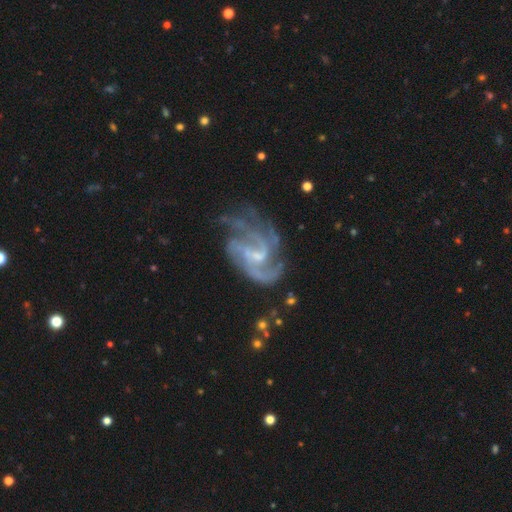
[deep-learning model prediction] A featured or disk galaxy (88%) with a weak bar (53%), 3 (31%) medium (51%) spiral arms (95%) and a small central bulge (56%).

Vote fractions:
- Smooth or featured? featured or disk: 88% / star or artifact: 6% / smooth: 5%
- Edge-on disk? no: 98% / yes: 2%
- Bar? weak: 53% / no: 32% / strong: 15%
- Spiral arms? yes: 95% / no: 5%
- Spiral winding? medium: 51% / tight: 27% / loose: 22%
- Spiral arm count? 3: 31% / can't tell: 20% / 2: 20% / 4: 17% / 1: 6% / more than 4: 6%
- Bulge size? small: 56% / moderate: 26% / none: 15% / large: 2% / dominant: 1%
- Merging? none: 48% / major disturbance: 27% / minor disturbance: 22% / merger: 3%